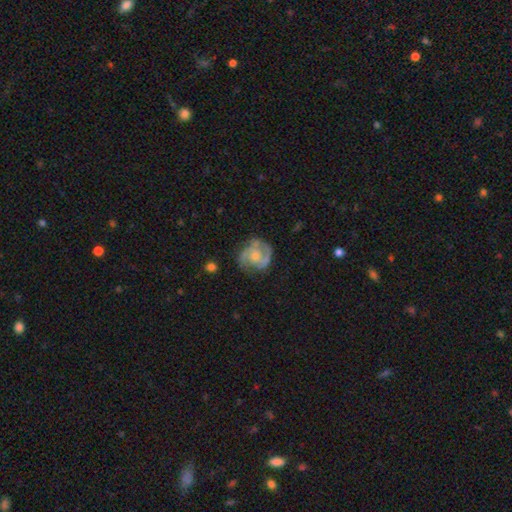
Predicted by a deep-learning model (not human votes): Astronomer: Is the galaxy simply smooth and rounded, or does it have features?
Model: featured or disk — 80%.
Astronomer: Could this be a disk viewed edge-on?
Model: no — 98%.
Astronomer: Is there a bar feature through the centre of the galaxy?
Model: no — 69%.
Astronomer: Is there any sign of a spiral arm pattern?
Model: yes — 93%.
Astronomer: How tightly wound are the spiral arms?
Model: medium — 49% (runner-up: tight, 35%).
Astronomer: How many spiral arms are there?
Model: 2 — 70%.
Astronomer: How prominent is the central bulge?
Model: small — 54% (runner-up: moderate, 40%).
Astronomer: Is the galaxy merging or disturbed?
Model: none — 69%.